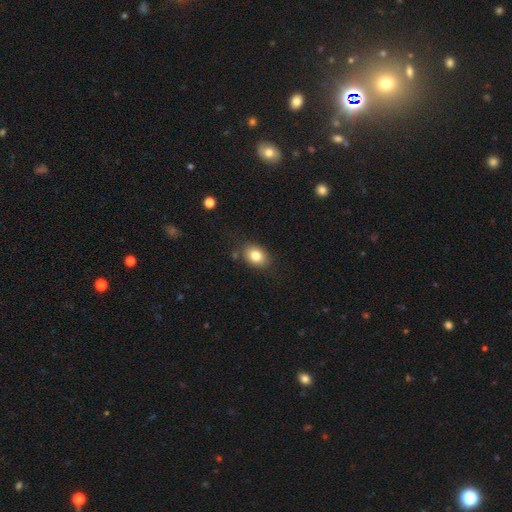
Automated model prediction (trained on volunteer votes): Smooth or featured?
  - smooth: 82% *
  - star or artifact: 9%
  - featured or disk: 9%
How rounded?
  - in between: 71% *
  - round: 28%
  - cigar-shaped: 1%
Merging?
  - none: 81% *
  - minor disturbance: 13%
  - major disturbance: 3%
  - merger: 3%